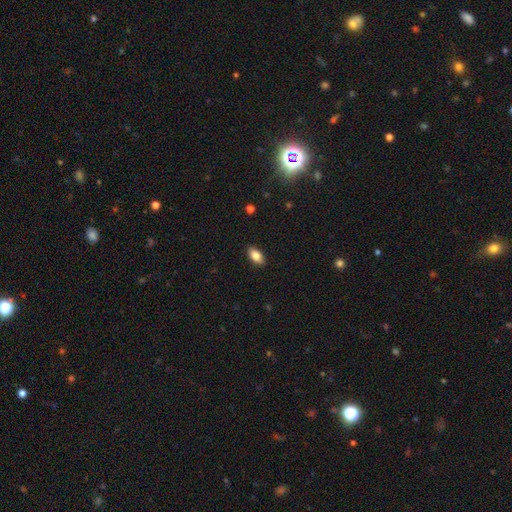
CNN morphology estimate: smooth-or-featured: smooth: 84% | featured or disk: 9% | star or artifact: 7%
  how-rounded: in between: 92% | cigar-shaped: 4% | round: 4%
  merging: none: 89% | minor disturbance: 8% | major disturbance: 2% | merger: 1%